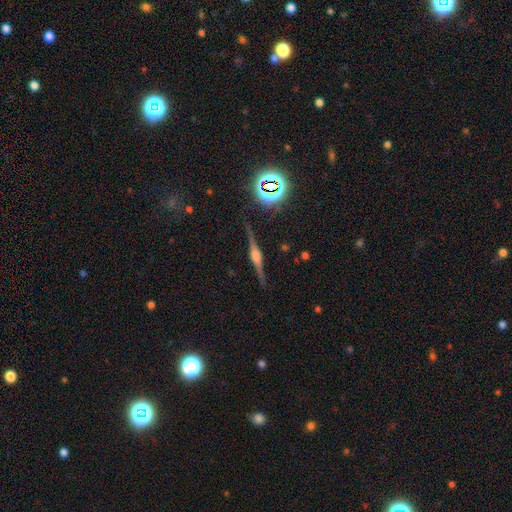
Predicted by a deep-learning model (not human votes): The model was most divided on "edge-on bulge": rounded: 74%, boxy: 23%, none: 3%. More confident: edge-on disk — yes (97%); merging — none (87%); smooth or featured — featured or disk (81%).